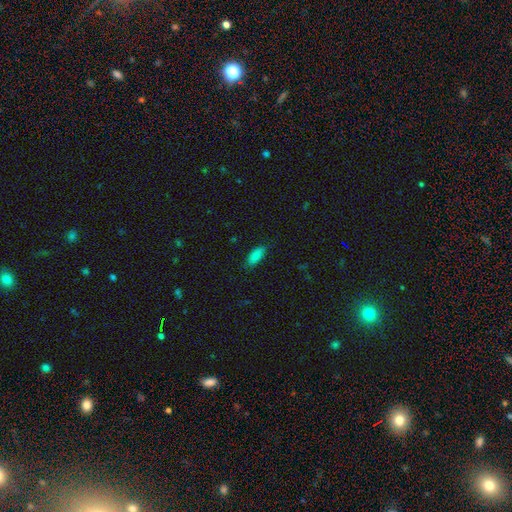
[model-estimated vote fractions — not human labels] smooth_or_featured: smooth (p=0.87) [alt: star or artifact p=0.08]
how_rounded: in between (p=0.83) [alt: cigar-shaped p=0.15]
merging: none (p=0.79) [alt: minor disturbance p=0.17]